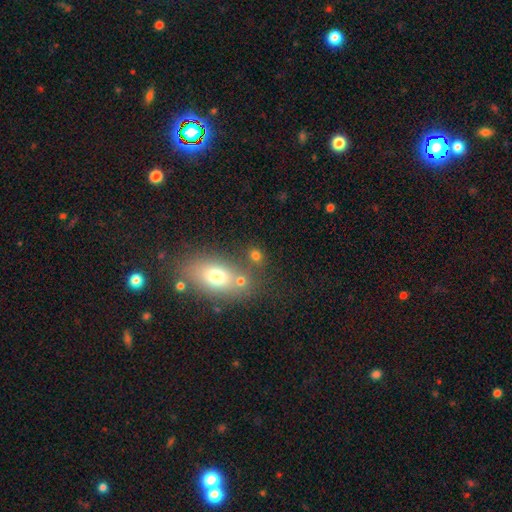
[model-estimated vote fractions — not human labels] smooth_or_featured: smooth (p=0.73) [alt: star or artifact p=0.17]
how_rounded: round (p=0.56) [alt: in between p=0.41]
merging: none (p=0.64) [alt: merger p=0.21]